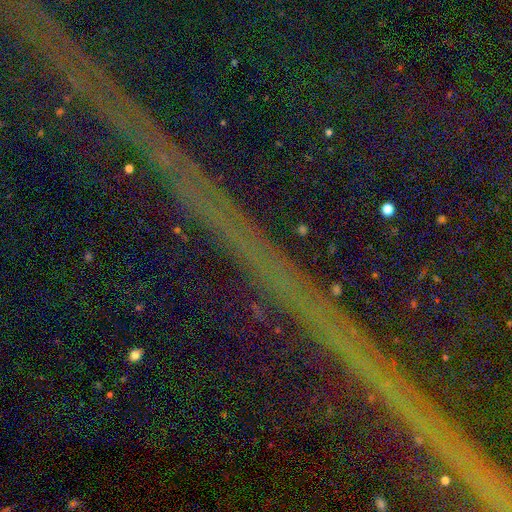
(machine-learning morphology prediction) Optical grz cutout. It shows a star or artifact, not a galaxy (83%).